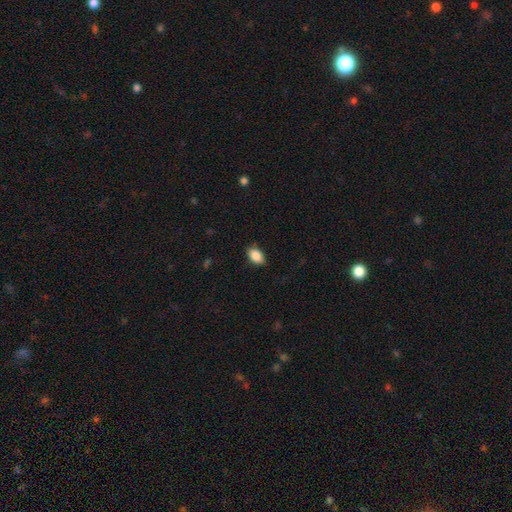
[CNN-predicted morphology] smooth-or-featured: smooth: 88% | star or artifact: 7% | featured or disk: 5%
  how-rounded: in between: 90% | round: 8% | cigar-shaped: 2%
  merging: none: 84% | minor disturbance: 13% | major disturbance: 2% | merger: 1%